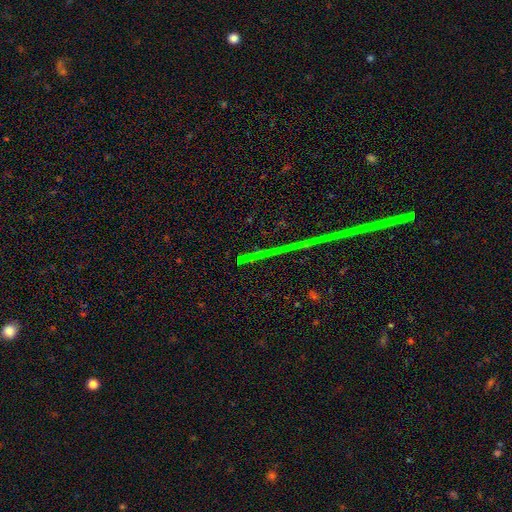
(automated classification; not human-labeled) smooth_or_featured: star or artifact (p=0.79) [alt: featured or disk p=0.13]